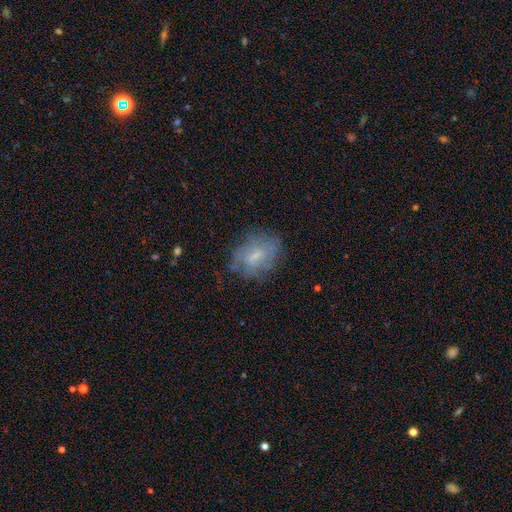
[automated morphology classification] Smooth or featured?
  - featured or disk: 47% *
  - smooth: 43%
  - star or artifact: 10%
Merging?
  - none: 64% *
  - minor disturbance: 22%
  - major disturbance: 12%
  - merger: 2%